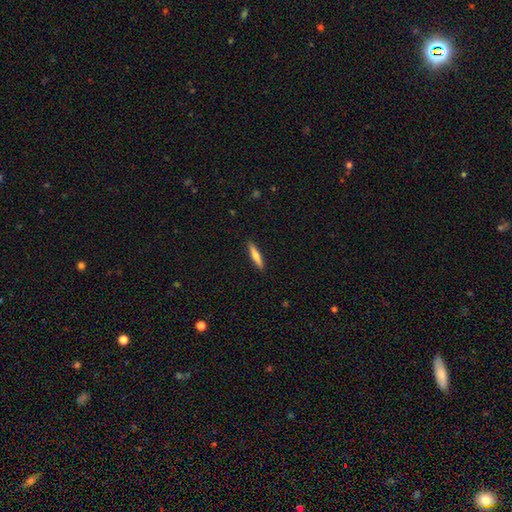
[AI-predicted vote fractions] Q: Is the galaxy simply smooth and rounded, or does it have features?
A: smooth — 60%.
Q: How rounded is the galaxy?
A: cigar-shaped — 87%.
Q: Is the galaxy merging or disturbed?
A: none — 91%.